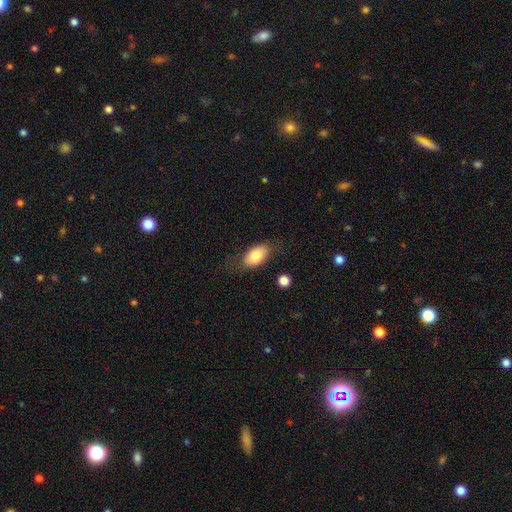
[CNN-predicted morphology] Smooth or featured?
  - smooth: 79% *
  - featured or disk: 15%
  - star or artifact: 7%
How rounded?
  - in between: 91% *
  - round: 5%
  - cigar-shaped: 3%
Merging?
  - none: 71% *
  - minor disturbance: 20%
  - major disturbance: 7%
  - merger: 2%